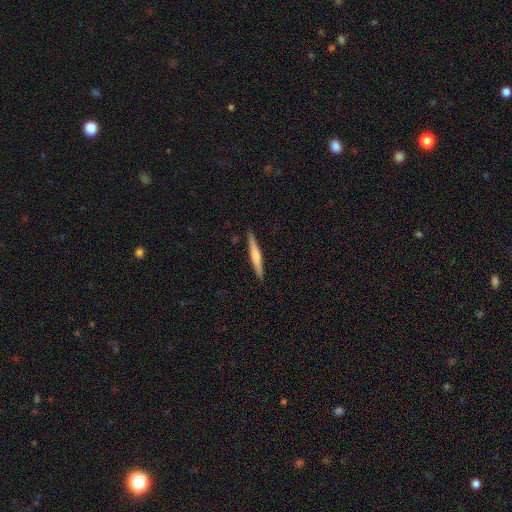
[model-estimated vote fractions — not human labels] This is possibly a smooth galaxy (49%). Merging: clearly none (91%).